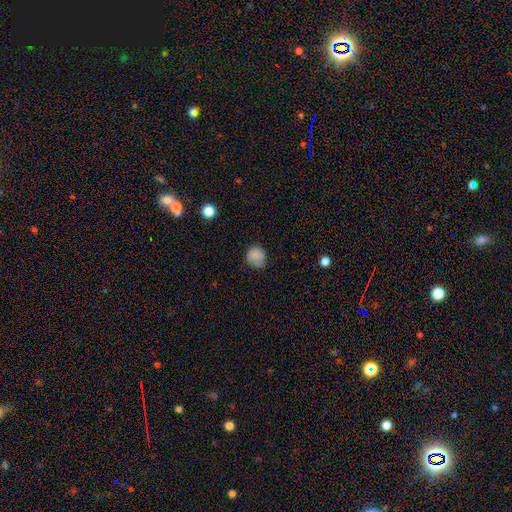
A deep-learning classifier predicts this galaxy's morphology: Smooth or featured?
  - smooth: 86% *
  - star or artifact: 10%
  - featured or disk: 5%
How rounded?
  - round: 86% *
  - in between: 13%
  - cigar-shaped: 1%
Merging?
  - none: 78% *
  - minor disturbance: 17%
  - major disturbance: 4%
  - merger: 1%